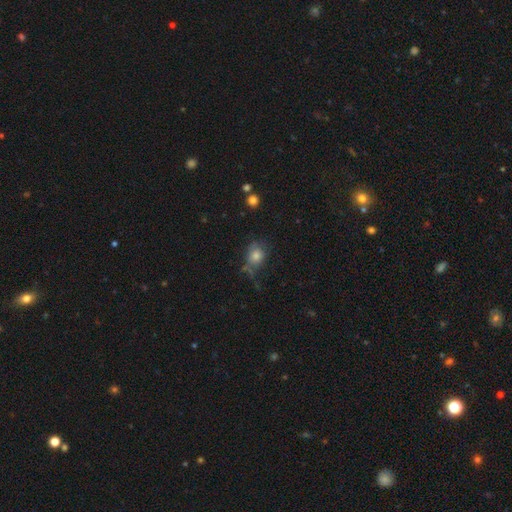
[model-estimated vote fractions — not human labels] Smooth or featured?
  - smooth: 70% *
  - star or artifact: 15%
  - featured or disk: 15%
How rounded?
  - round: 61% *
  - in between: 37%
  - cigar-shaped: 1%
Merging?
  - none: 53% *
  - minor disturbance: 26%
  - major disturbance: 14%
  - merger: 7%